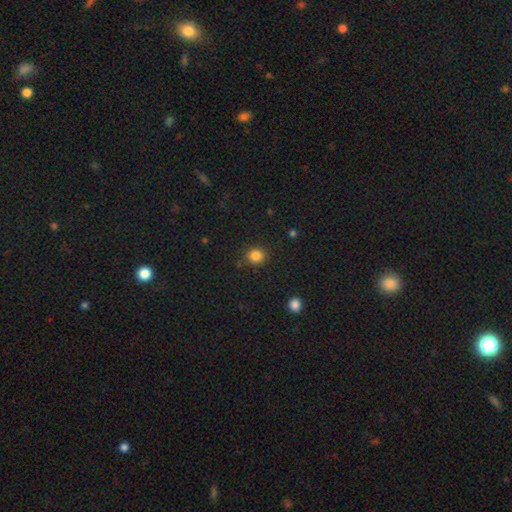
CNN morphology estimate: Q: Smooth or featured?
A: smooth (85%); runner-up: star or artifact (11%)
Q: How rounded?
A: round (81%); runner-up: in between (18%)
Q: Merging?
A: none (87%); runner-up: minor disturbance (8%)